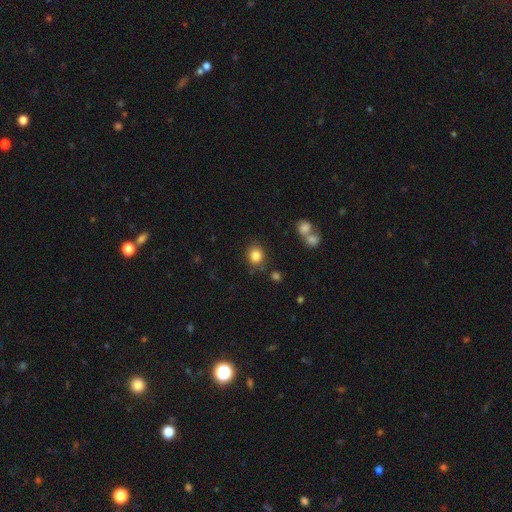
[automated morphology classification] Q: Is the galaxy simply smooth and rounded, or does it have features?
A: smooth — 84%.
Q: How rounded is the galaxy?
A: round — 75%.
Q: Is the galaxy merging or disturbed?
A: none — 81%.